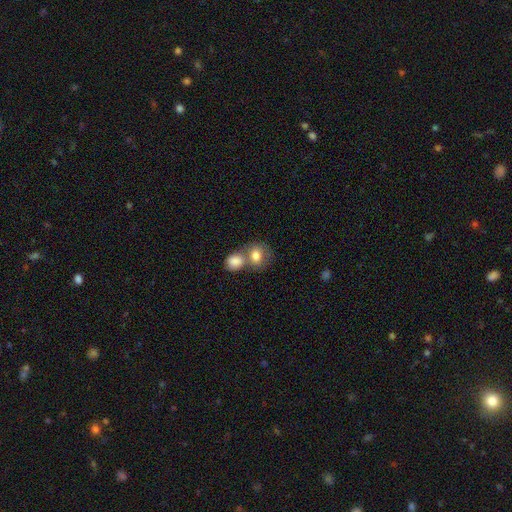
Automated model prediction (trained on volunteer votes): Q: Smooth or featured?
A: smooth (80%); runner-up: featured or disk (12%)
Q: How rounded?
A: round (57%); runner-up: in between (42%)
Q: Merging?
A: merger (55%); runner-up: none (32%)